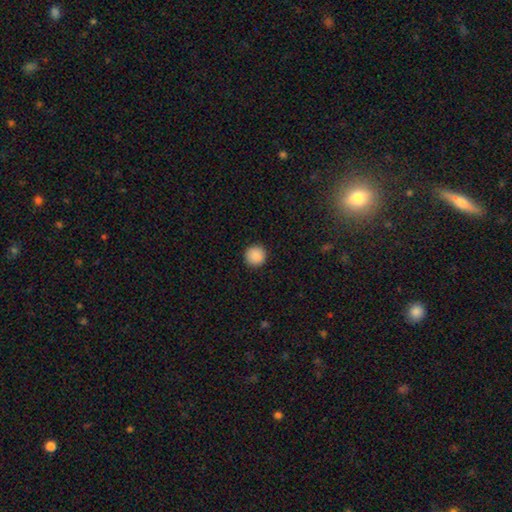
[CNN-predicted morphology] This appears to be a smooth galaxy with no disk features (89%) that is round (96%). Merging: none (92%).